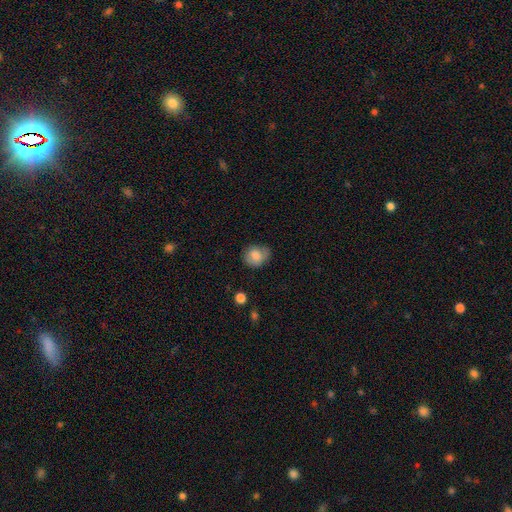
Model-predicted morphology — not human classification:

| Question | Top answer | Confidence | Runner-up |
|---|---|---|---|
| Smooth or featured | smooth | 82% | featured or disk (9%) |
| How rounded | round | 65% | in between (34%) |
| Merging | none | 68% | minor disturbance (25%) |